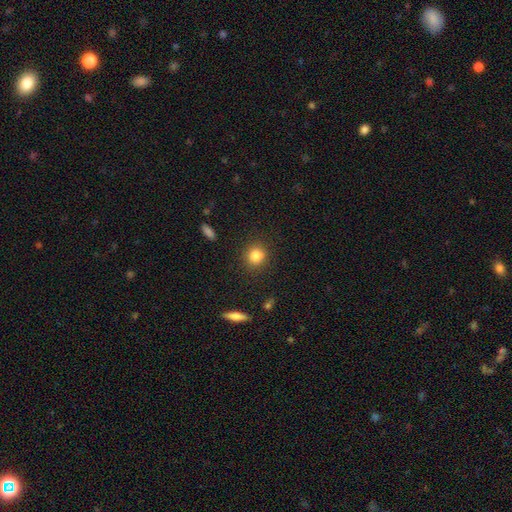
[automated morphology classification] smooth 84%, star or artifact 10%, featured or disk 6%. Down the decision tree: how rounded — round (81%); merging — none (88%).